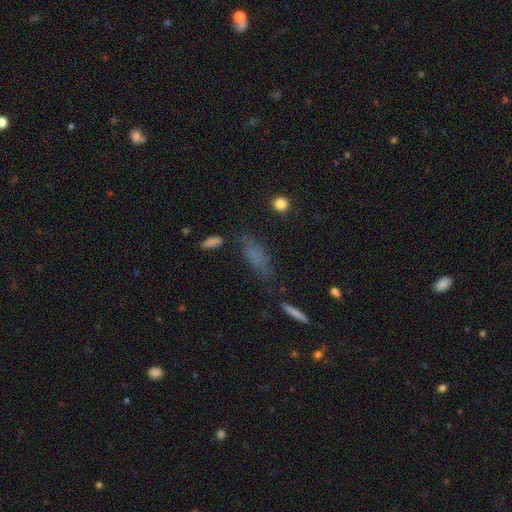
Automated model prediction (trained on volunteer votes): smooth 69%, featured or disk 16%, star or artifact 15%. Down the decision tree: how rounded — cigar-shaped (49%); merging — none (65%).